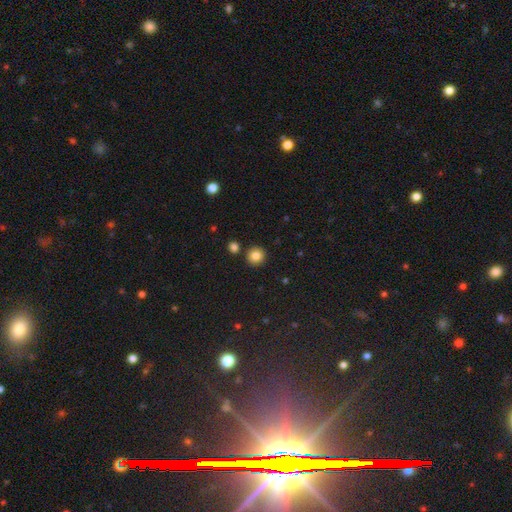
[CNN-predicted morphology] This appears to be a smooth galaxy with no disk features (84%) that is round (93%). Merging: none (88%).